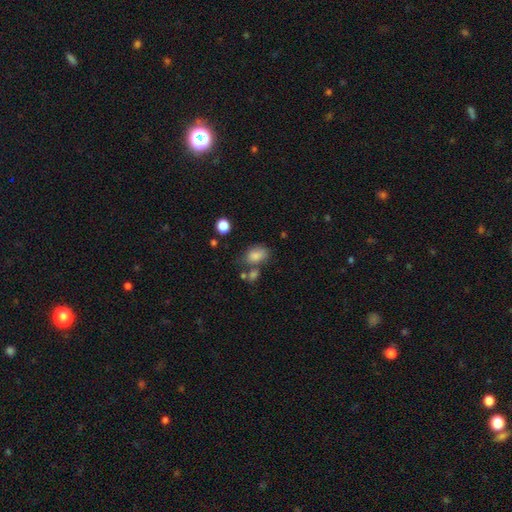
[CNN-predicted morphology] type=smooth (83%); roundness=in between (84%); merging=none (54%).